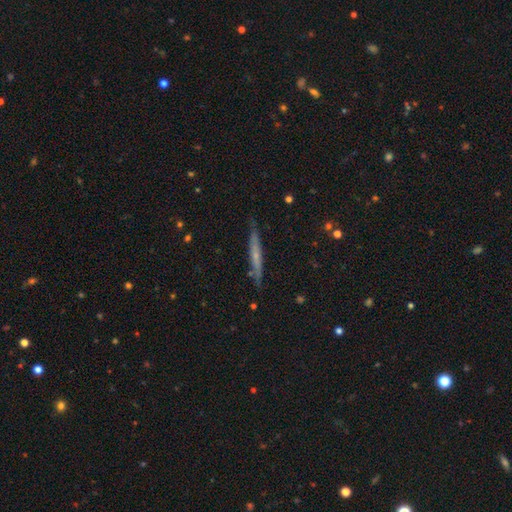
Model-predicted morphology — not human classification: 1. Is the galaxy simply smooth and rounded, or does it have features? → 54% featured or disk, 39% smooth, 7% star or artifact.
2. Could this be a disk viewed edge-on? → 90% yes, 10% no.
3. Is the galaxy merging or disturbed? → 81% none, 14% minor disturbance, 2% major disturbance, 2% merger.